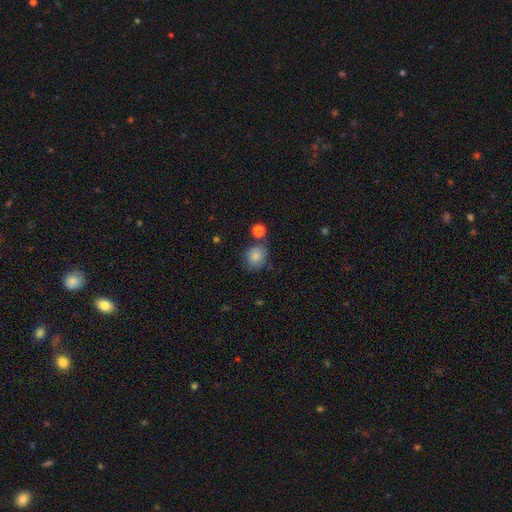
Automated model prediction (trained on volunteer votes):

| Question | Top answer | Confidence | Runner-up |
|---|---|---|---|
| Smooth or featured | smooth | 83% | star or artifact (10%) |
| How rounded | round | 66% | in between (33%) |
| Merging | none | 69% | minor disturbance (17%) |